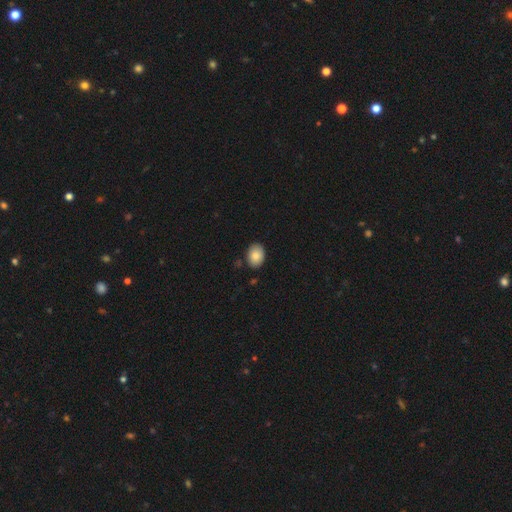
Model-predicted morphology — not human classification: Overall: smooth (85%). How rounded: in between (74%). Merging: none (85%).